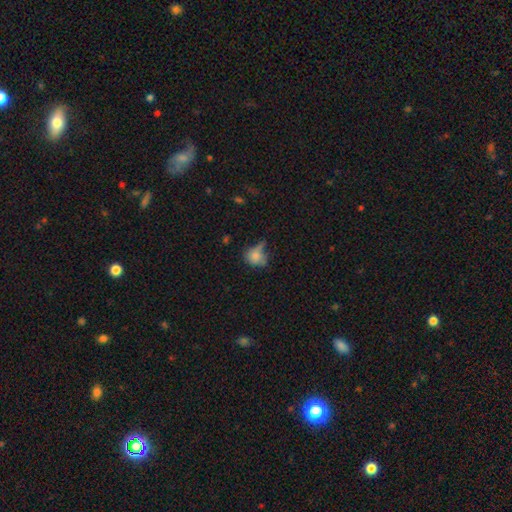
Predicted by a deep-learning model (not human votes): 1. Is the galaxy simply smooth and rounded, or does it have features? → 72% smooth, 15% featured or disk, 12% star or artifact.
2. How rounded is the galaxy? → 55% round, 42% in between, 2% cigar-shaped.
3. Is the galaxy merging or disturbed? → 39% none, 28% minor disturbance, 20% major disturbance, 12% merger.